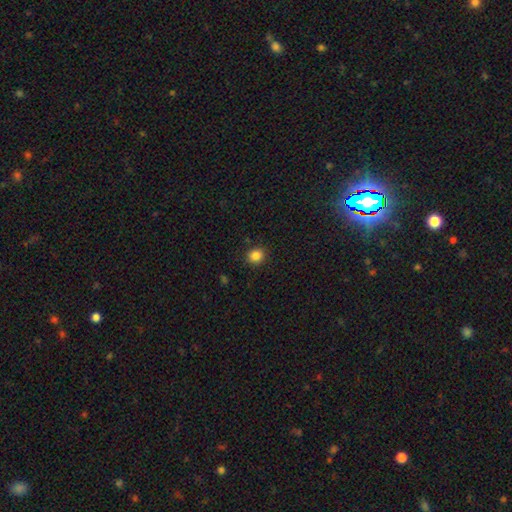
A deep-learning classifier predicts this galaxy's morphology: The model was most divided on "how rounded": round: 82%, in between: 17%, cigar-shaped: 1%. More confident: merging — none (89%); smooth or featured — smooth (85%).